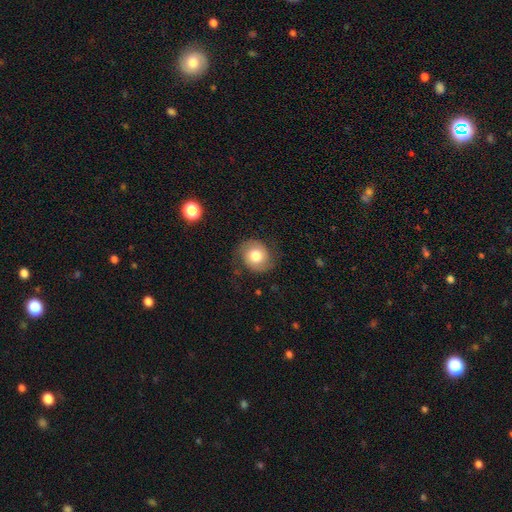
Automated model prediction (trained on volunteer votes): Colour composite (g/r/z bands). It shows a featured or disk galaxy (48%). Merging: none (74%).